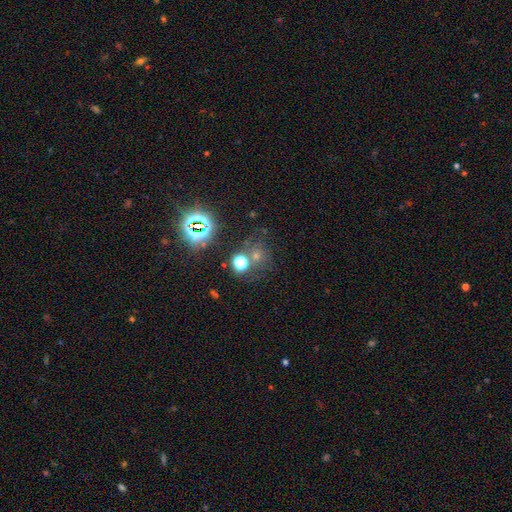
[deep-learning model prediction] Smooth or featured: star or artifact — 55% (smooth — 33%)